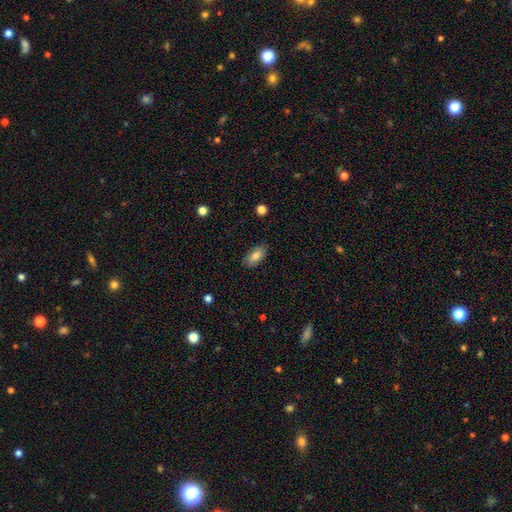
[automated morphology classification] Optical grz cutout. It shows a smooth galaxy with no disk features (80%) that is in between round and cigar-shaped (90%). Merging: none (85%).